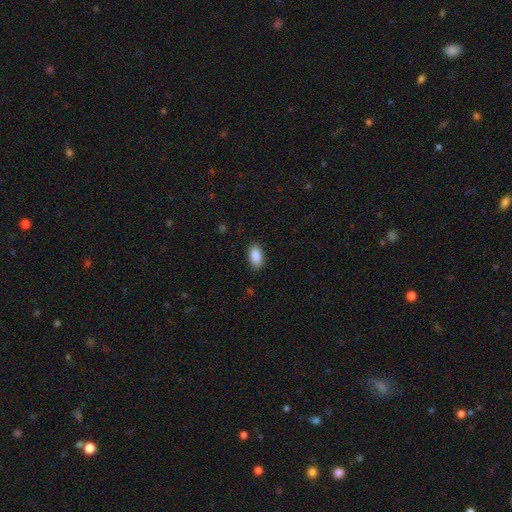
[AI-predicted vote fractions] Smooth or featured: smooth — 89% (star or artifact — 7%)
How rounded: in between — 94% (round — 4%)
Merging: none — 88% (minor disturbance — 9%)